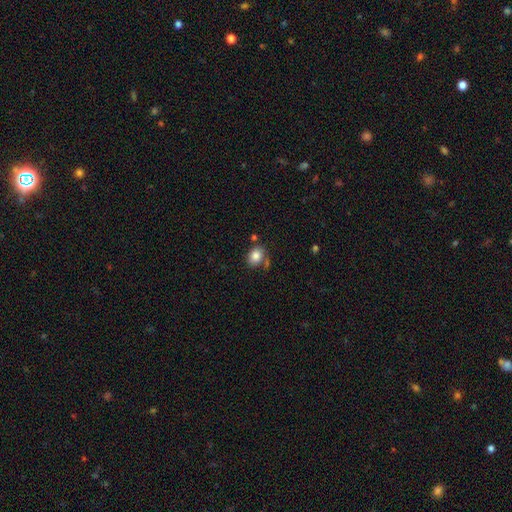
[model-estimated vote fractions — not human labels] smooth 83%, star or artifact 9%, featured or disk 8%. Down the decision tree: how rounded — in between (57%); merging — none (65%).